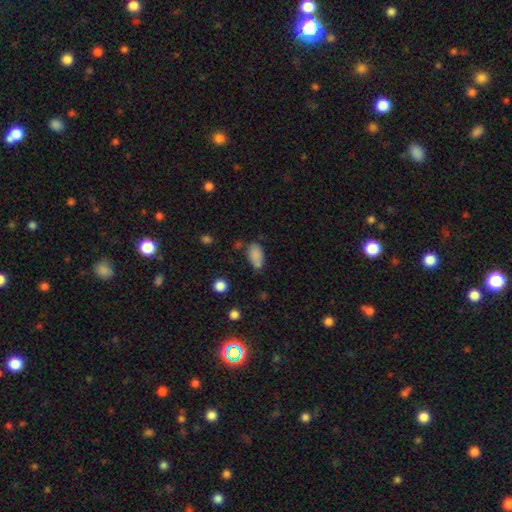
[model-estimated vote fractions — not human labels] Q: Smooth or featured?
A: smooth (83%); runner-up: star or artifact (10%)
Q: How rounded?
A: in between (90%); runner-up: round (5%)
Q: Merging?
A: none (54%); runner-up: minor disturbance (26%)